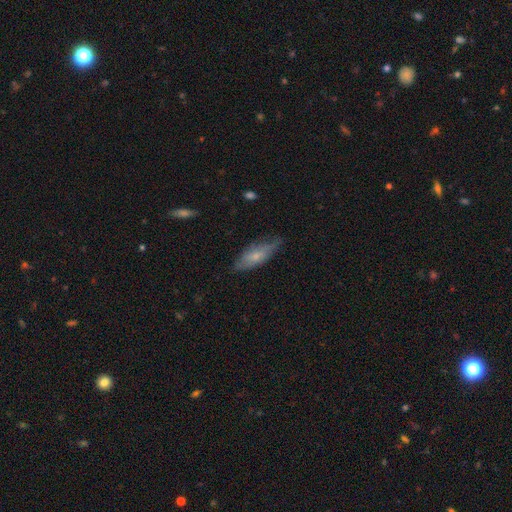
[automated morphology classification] A smooth galaxy with no disk features (60%) that is in between round and cigar-shaped (61%). Merging: none (64%).